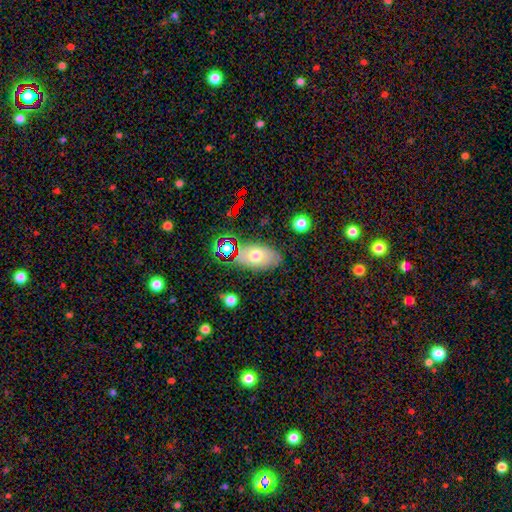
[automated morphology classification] The model was most divided on "smooth or featured": smooth: 64%, featured or disk: 24%, star or artifact: 12%. More confident: how rounded — in between (89%); merging — none (76%).